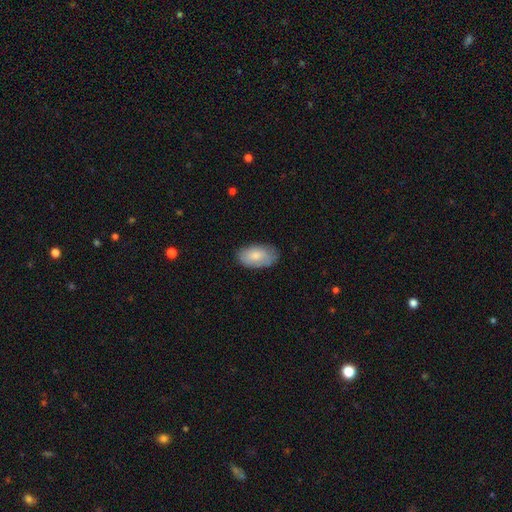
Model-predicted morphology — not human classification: This appears to be a smooth galaxy with no disk features (78%) that is in between round and cigar-shaped (94%). Merging: none (77%).